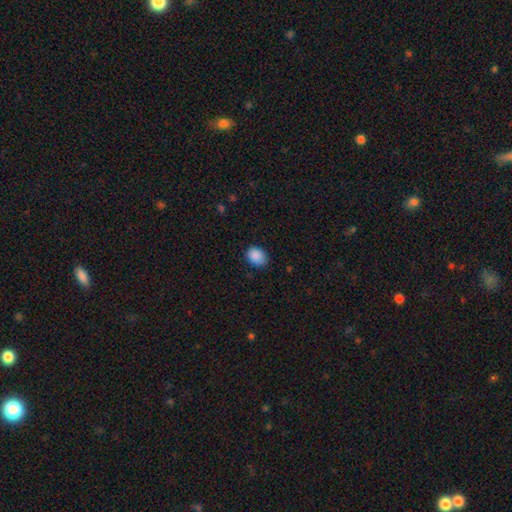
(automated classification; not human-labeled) Morphology: type=smooth (89%); roundness=in between (63%); merging=none (78%).